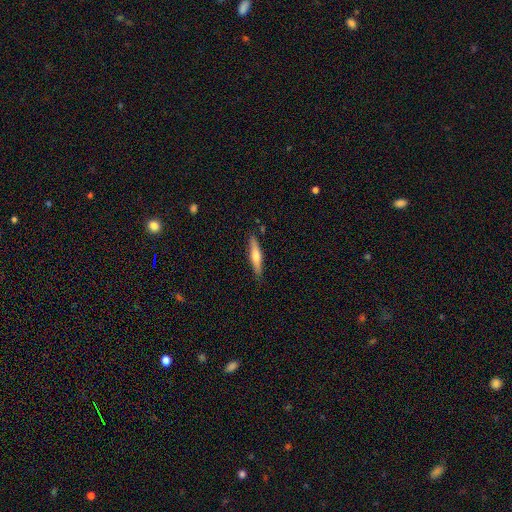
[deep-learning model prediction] A smooth galaxy with no disk features (51%) that is cigar-shaped (85%).

Vote fractions:
- Smooth or featured? smooth: 51% / featured or disk: 43% / star or artifact: 6%
- How rounded? cigar-shaped: 85% / in between: 14% / round: 2%
- Merging? none: 86% / minor disturbance: 10% / major disturbance: 2% / merger: 2%